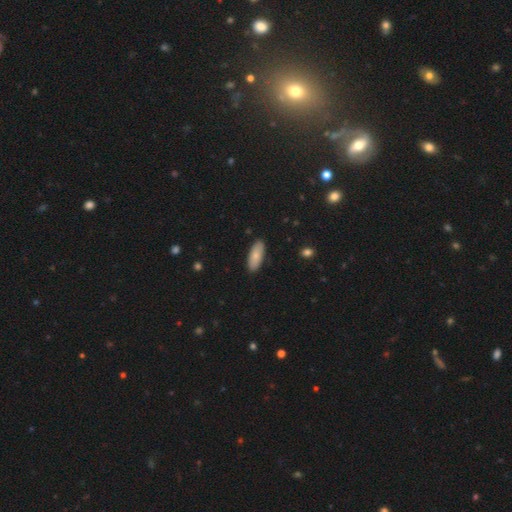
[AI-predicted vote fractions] smooth 81%, featured or disk 14%, star or artifact 6%. Down the decision tree: how rounded — in between (79%); merging — none (88%).